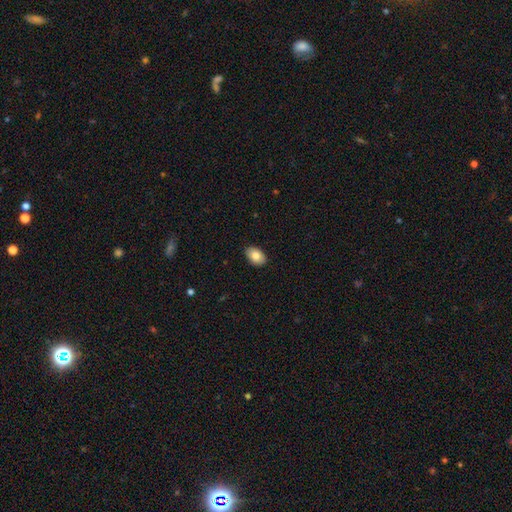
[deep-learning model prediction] Smooth or featured: smooth — 82% (featured or disk — 11%)
How rounded: in between — 87% (round — 12%)
Merging: none — 88% (minor disturbance — 9%)